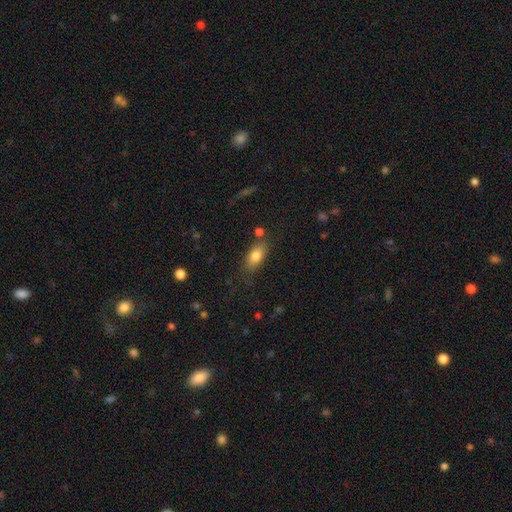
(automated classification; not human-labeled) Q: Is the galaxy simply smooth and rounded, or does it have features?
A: smooth — 80%.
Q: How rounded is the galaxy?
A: in between — 85%.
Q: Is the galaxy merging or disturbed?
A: none — 72%.